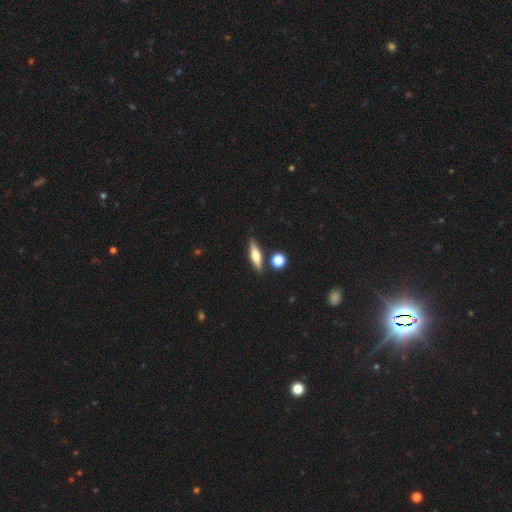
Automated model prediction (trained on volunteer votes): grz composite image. It shows a featured or disk galaxy (50%) viewed edge-on (93%). Merging: none (82%).